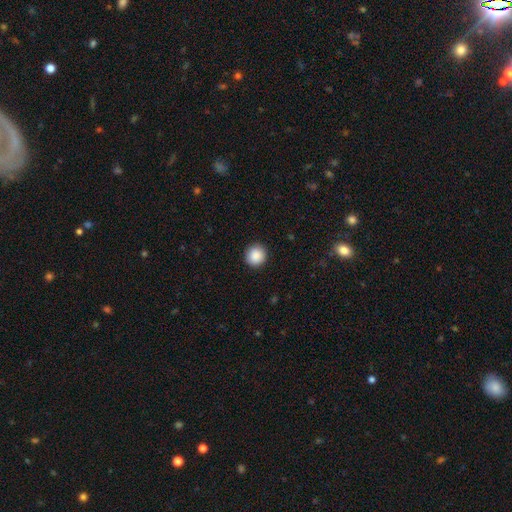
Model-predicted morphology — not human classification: This appears to be a smooth galaxy with no disk features (89%) that is round (93%). Merging: none (92%).